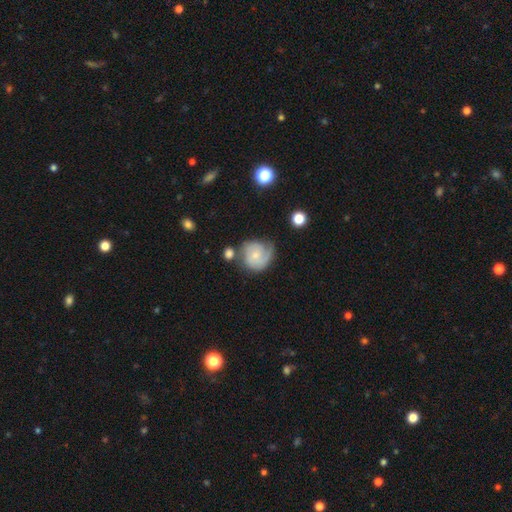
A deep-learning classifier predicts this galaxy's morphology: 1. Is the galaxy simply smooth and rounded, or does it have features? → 52% featured or disk, 40% smooth, 7% star or artifact.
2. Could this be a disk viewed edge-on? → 97% no, 3% yes.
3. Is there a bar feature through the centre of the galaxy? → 76% no, 21% weak, 3% strong.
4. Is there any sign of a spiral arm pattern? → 81% yes, 19% no.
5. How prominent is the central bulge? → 67% small, 26% moderate, 5% none, 2% large, 1% dominant.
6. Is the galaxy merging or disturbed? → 50% none, 27% minor disturbance, 14% major disturbance, 10% merger.